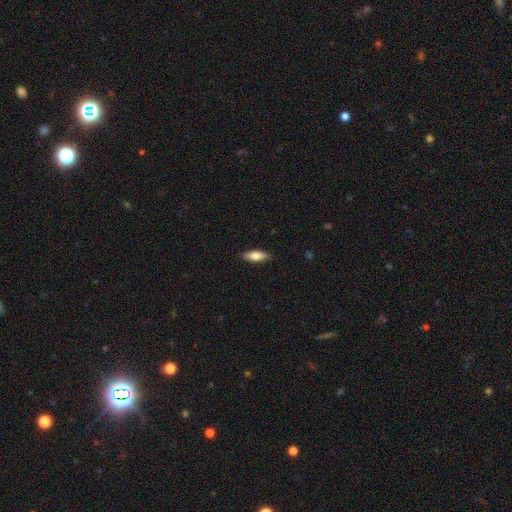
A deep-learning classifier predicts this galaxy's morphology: type=smooth (77%); roundness=in between (61%); merging=none (88%).